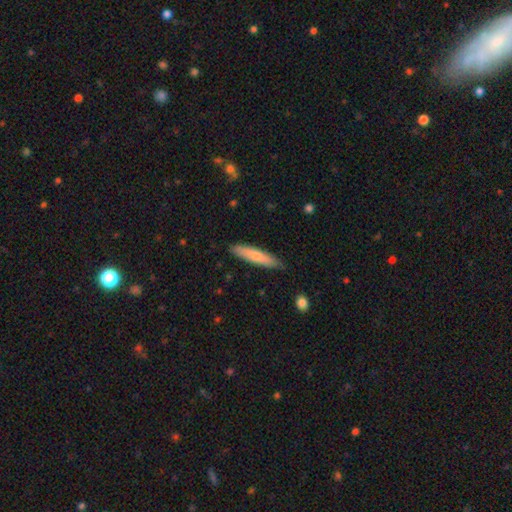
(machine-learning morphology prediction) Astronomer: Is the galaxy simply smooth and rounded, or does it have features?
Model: smooth — 71%.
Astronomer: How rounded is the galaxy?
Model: cigar-shaped — 85%.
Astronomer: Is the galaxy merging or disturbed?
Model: none — 85%.